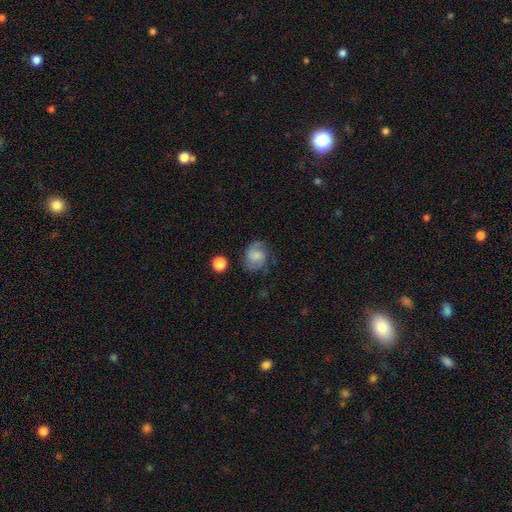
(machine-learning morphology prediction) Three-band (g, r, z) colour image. It shows a smooth galaxy with no disk features (49%). Merging: none (60%).